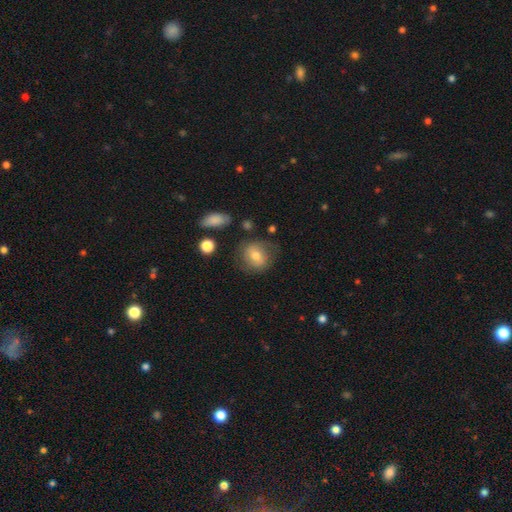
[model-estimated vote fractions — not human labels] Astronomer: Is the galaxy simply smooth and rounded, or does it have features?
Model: smooth — 67%.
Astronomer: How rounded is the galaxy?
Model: round — 67%.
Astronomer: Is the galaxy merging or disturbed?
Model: none — 70%.